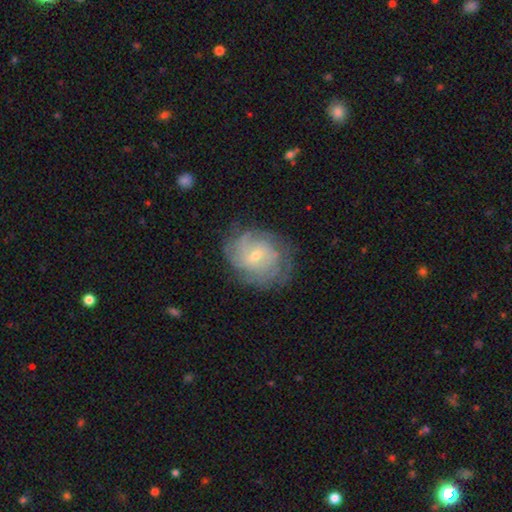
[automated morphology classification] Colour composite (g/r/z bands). It shows a featured or disk galaxy (72%) with no bar (54%), tight (62%) spiral arms (87%) and a small central bulge (64%). Merging: none (72%).